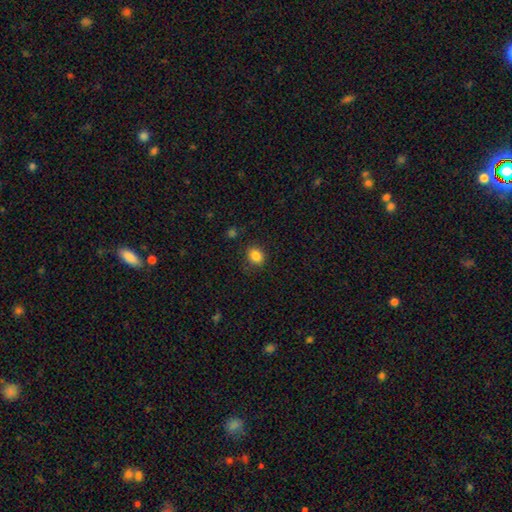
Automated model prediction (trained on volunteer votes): A smooth galaxy with no disk features (85%) that is round (57%). Merging: none (85%).